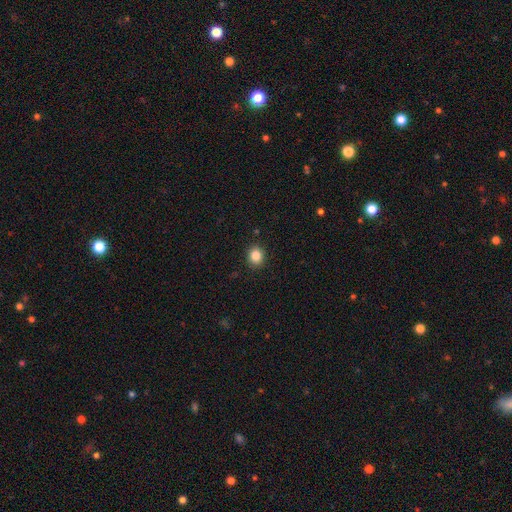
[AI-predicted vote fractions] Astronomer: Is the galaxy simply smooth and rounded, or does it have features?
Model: smooth — 85%.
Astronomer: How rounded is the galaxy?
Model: round — 71%.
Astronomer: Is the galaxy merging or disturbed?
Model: none — 90%.